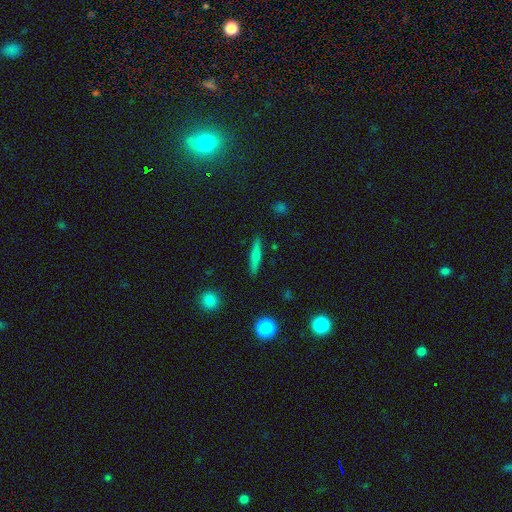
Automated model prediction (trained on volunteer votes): Q: Smooth or featured?
A: smooth (61%); runner-up: featured or disk (31%)
Q: How rounded?
A: cigar-shaped (87%); runner-up: in between (11%)
Q: Merging?
A: none (89%); runner-up: minor disturbance (8%)